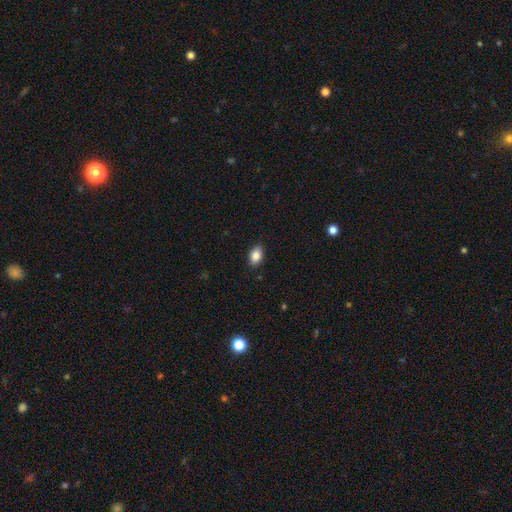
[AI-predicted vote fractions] Smooth or featured: smooth — 86% (star or artifact — 8%)
How rounded: in between — 87% (round — 12%)
Merging: none — 87% (minor disturbance — 10%)